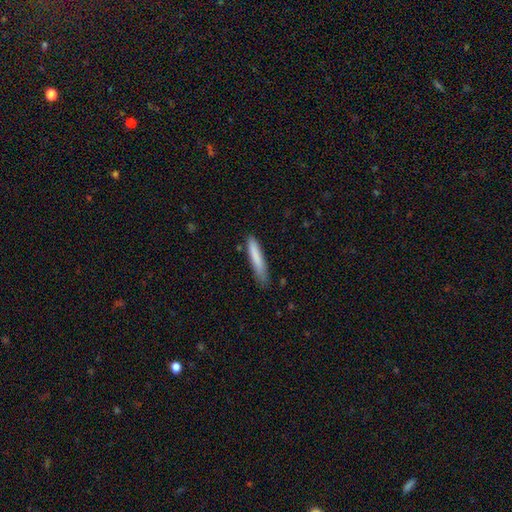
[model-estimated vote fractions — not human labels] smooth-or-featured: smooth: 81% | featured or disk: 13% | star or artifact: 6%
  how-rounded: cigar-shaped: 92% | in between: 7% | round: 1%
  merging: none: 76% | minor disturbance: 19% | major disturbance: 3% | merger: 2%